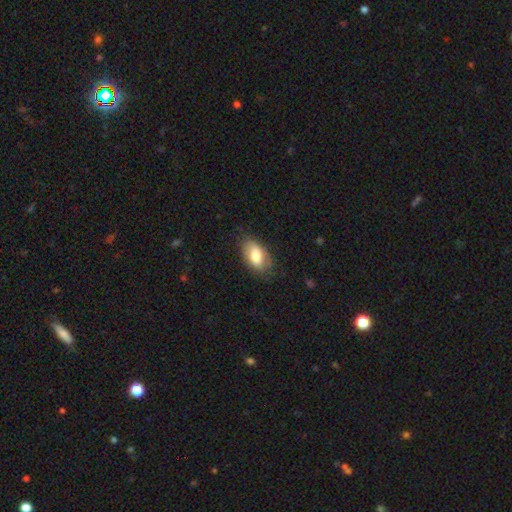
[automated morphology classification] This appears to be a smooth galaxy with no disk features (74%) that is in between round and cigar-shaped (92%). Merging: none (74%).